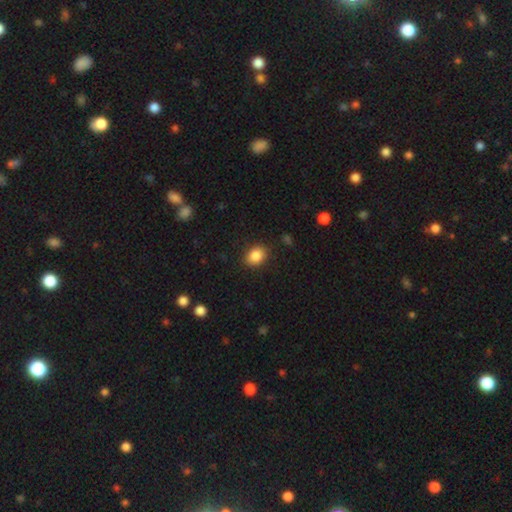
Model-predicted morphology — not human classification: A smooth galaxy with no disk features (87%) that is in between round and cigar-shaped (58%).

Vote fractions:
- Smooth or featured? smooth: 87% / star or artifact: 9% / featured or disk: 4%
- How rounded? in between: 58% / round: 41% / cigar-shaped: 1%
- Merging? none: 87% / minor disturbance: 10% / major disturbance: 3% / merger: 1%